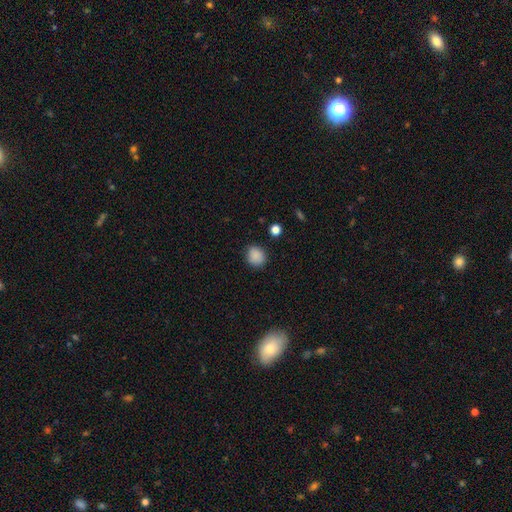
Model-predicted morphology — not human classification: smooth-or-featured: smooth: 87% | star or artifact: 9% | featured or disk: 3%
  how-rounded: round: 79% | in between: 20% | cigar-shaped: 1%
  merging: none: 84% | minor disturbance: 11% | major disturbance: 3% | merger: 2%